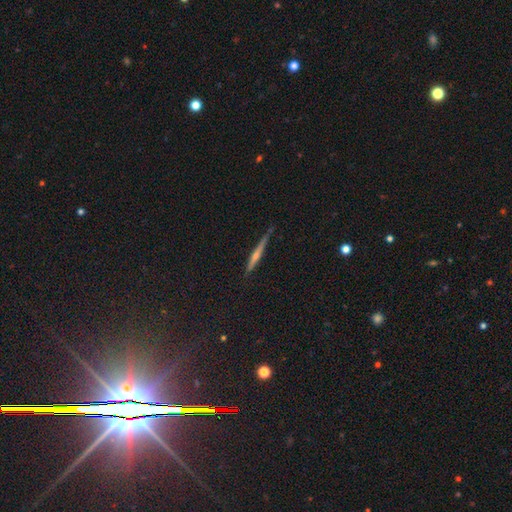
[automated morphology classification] The model was most divided on "smooth or featured": featured or disk: 64%, smooth: 22%, star or artifact: 14%. More confident: edge-on disk — yes (96%); merging — none (86%); edge-on bulge — rounded (67%).